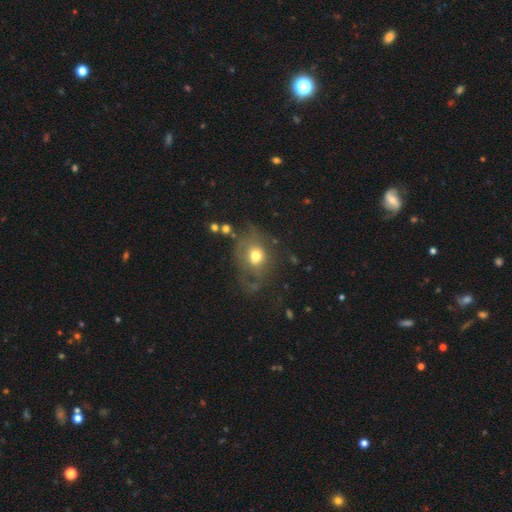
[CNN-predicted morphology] smooth_or_featured: smooth (p=0.60) [alt: featured or disk p=0.29]
how_rounded: in between (p=0.50) [alt: round p=0.48]
merging: none (p=0.46) [alt: major disturbance p=0.25]